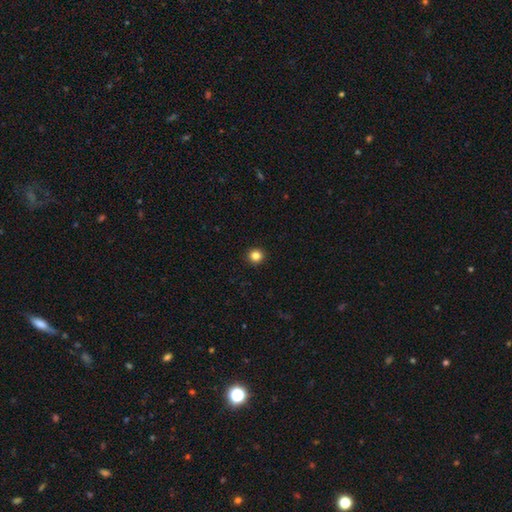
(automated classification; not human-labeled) Smooth or featured? Predicted: smooth (p=0.84). How rounded? Predicted: round (p=0.92). Merging? Predicted: none (p=0.93).